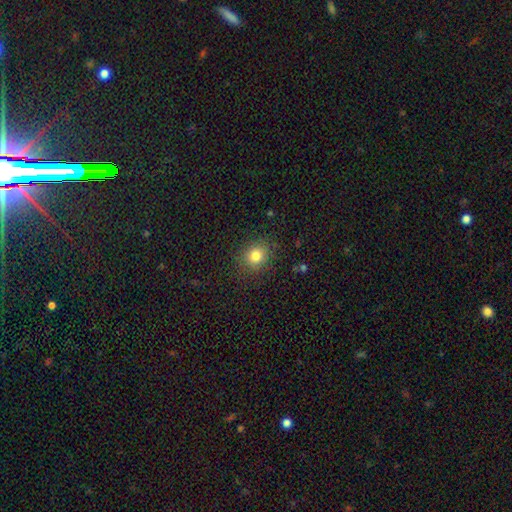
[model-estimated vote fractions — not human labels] smooth_or_featured: smooth (p=0.81) [alt: star or artifact p=0.12]
how_rounded: round (p=0.77) [alt: in between p=0.23]
merging: none (p=0.86) [alt: minor disturbance p=0.09]